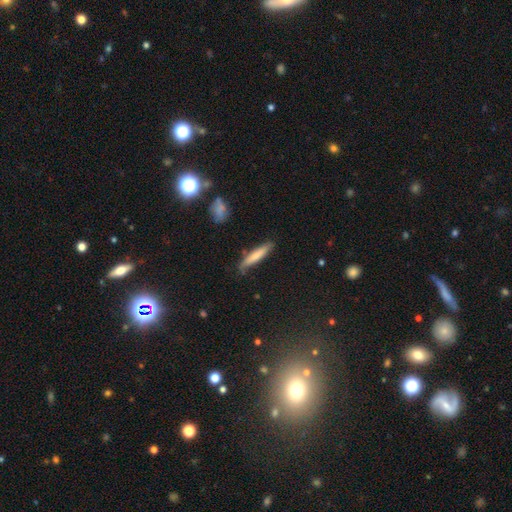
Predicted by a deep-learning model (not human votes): Smooth or featured: smooth — 71% (featured or disk — 23%)
How rounded: cigar-shaped — 87% (in between — 12%)
Merging: none — 75% (minor disturbance — 19%)